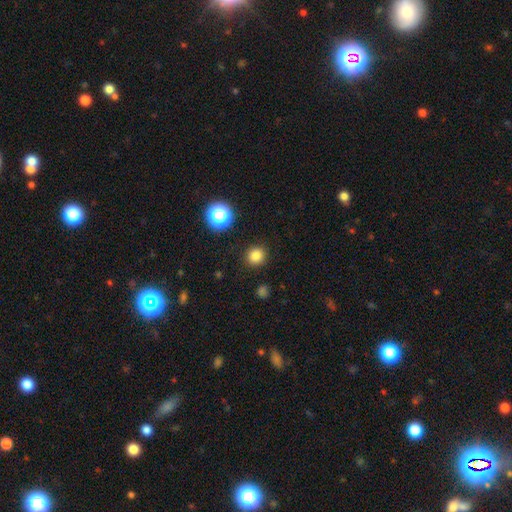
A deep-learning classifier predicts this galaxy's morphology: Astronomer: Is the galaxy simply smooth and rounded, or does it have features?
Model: smooth — 82%.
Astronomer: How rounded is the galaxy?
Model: round — 88%.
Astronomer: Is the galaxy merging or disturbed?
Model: none — 91%.